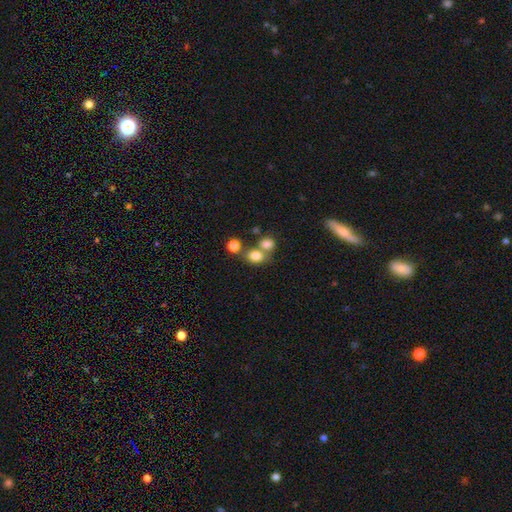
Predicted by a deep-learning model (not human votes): Smooth or featured? Predicted: smooth (p=0.78). How rounded? Predicted: round (p=0.58). Merging? Predicted: none (p=0.43).